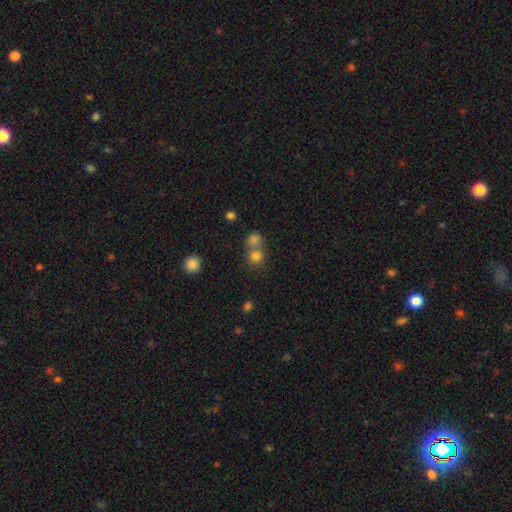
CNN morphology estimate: smooth_or_featured: smooth (p=0.78) [alt: star or artifact p=0.14]
how_rounded: round (p=0.86) [alt: in between p=0.13]
merging: none (p=0.46) [alt: merger p=0.45]